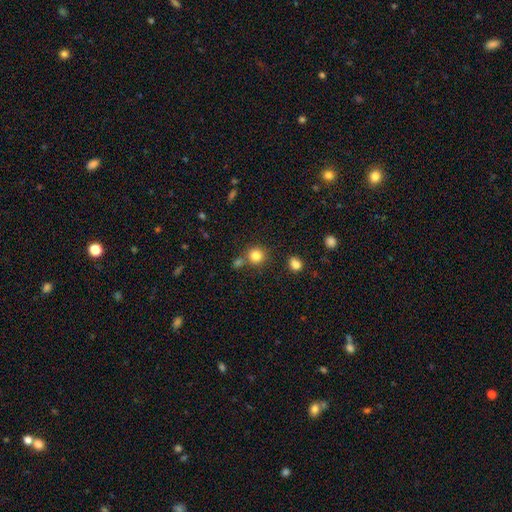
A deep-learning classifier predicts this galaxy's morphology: A smooth galaxy with no disk features (83%) that is round (90%).

Vote fractions:
- Smooth or featured? smooth: 83% / star or artifact: 12% / featured or disk: 6%
- How rounded? round: 90% / in between: 9% / cigar-shaped: 1%
- Merging? none: 72% / merger: 16% / minor disturbance: 9% / major disturbance: 3%